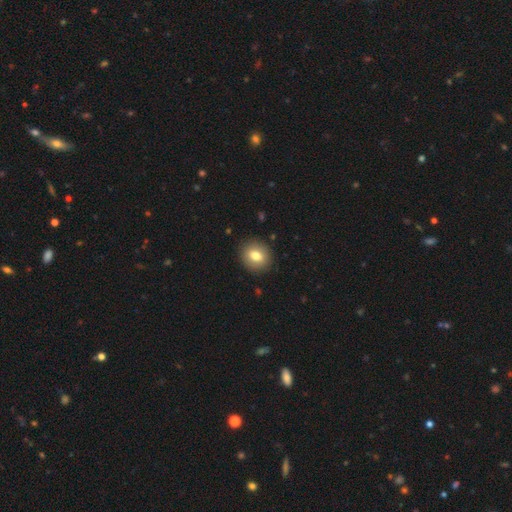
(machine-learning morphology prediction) Overall: smooth (76%). How rounded: round (73%). Merging: none (89%).